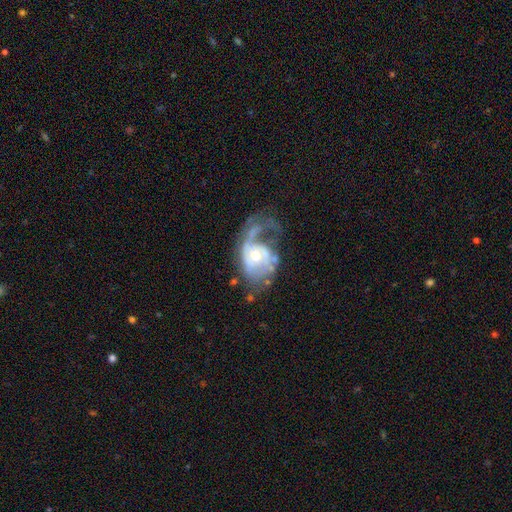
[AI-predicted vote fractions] The model was most divided on "spiral winding": medium: 38%, loose: 36%, tight: 27%. Remaining: edge-on disk — no (97%); spiral arms — yes (78%); smooth or featured — featured or disk (76%); bar — no (71%); bulge size — moderate (60%); merging — major disturbance (52%); spiral arm count — 1 (47%).